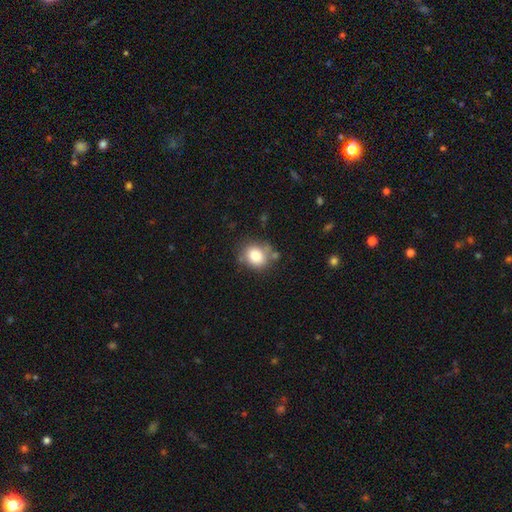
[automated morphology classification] Overall: smooth (82%). How rounded: round (62%; in between 37%). Merging: none (67%).